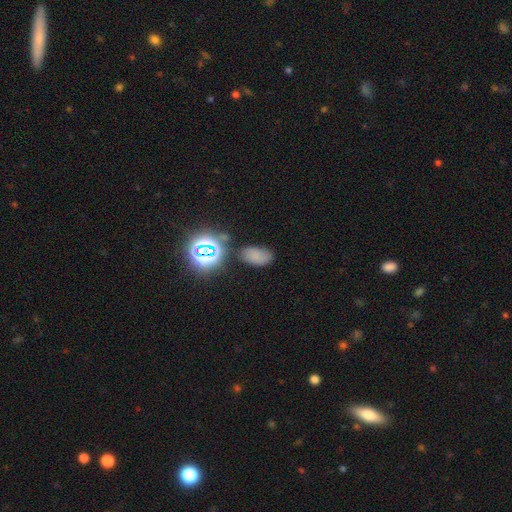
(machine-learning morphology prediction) Overall: smooth (65%). How rounded: in between (88%). Merging: none (71%).